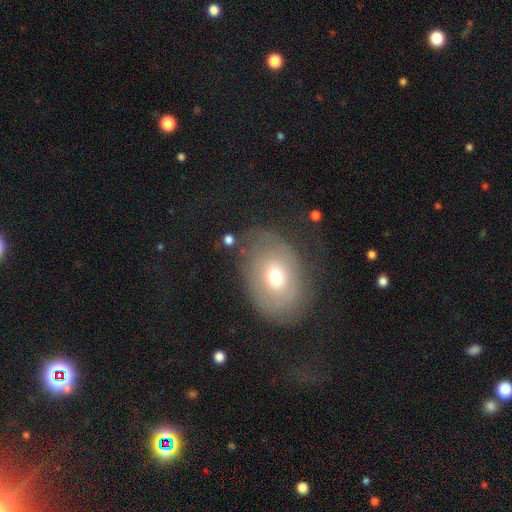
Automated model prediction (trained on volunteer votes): The model was most divided on "smooth or featured": smooth: 51%, featured or disk: 37%, star or artifact: 12%. More confident: how rounded — in between (69%); merging — none (64%).